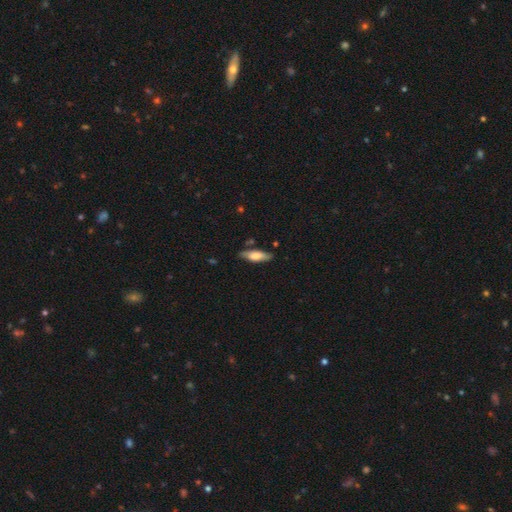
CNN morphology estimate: Smooth or featured: smooth — 68% (featured or disk — 26%)
How rounded: in between — 56% (cigar-shaped — 42%)
Merging: none — 75% (minor disturbance — 19%)